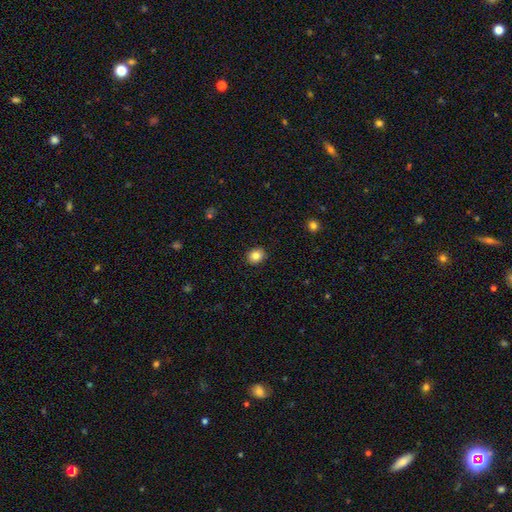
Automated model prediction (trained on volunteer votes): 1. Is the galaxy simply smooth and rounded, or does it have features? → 84% smooth, 10% star or artifact, 7% featured or disk.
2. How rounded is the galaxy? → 61% round, 39% in between, 1% cigar-shaped.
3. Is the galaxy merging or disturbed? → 90% none, 7% minor disturbance, 2% major disturbance, 1% merger.